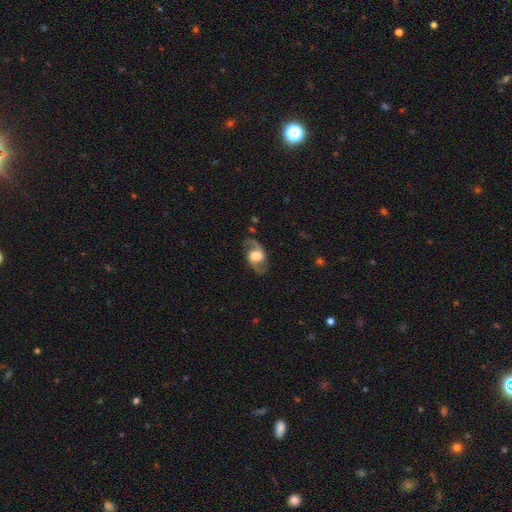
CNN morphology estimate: The model was most divided on "bulge size": large: 47%, moderate: 35%, small: 8%, dominant: 6%, none: 3%. More confident: edge-on disk — no (96%); spiral arm count — 2 (92%); spiral arms — yes (92%); smooth or featured — featured or disk (81%); merging — none (80%); bar — no (53%); spiral winding — medium (51%).